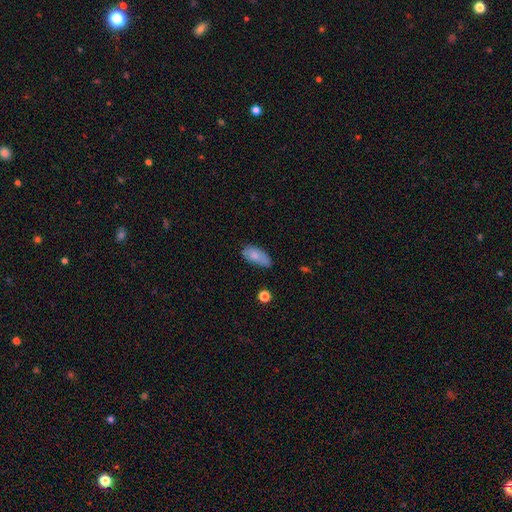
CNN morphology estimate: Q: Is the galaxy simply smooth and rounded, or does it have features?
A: smooth — 79%.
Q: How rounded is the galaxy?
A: in between — 89%.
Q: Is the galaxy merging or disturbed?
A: none — 58%.